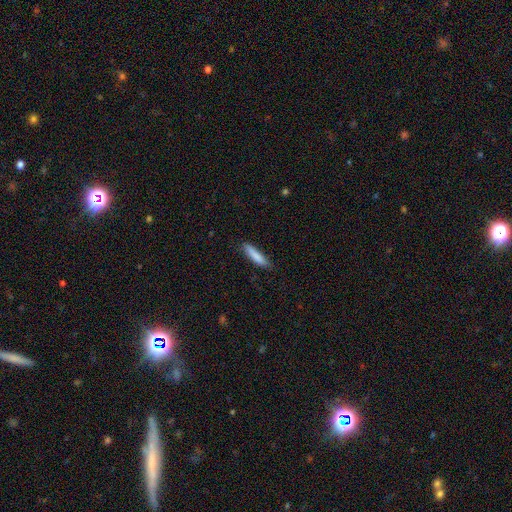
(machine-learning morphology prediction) Smooth or featured: smooth — 84% (featured or disk — 10%)
How rounded: cigar-shaped — 82% (in between — 17%)
Merging: none — 82% (minor disturbance — 15%)